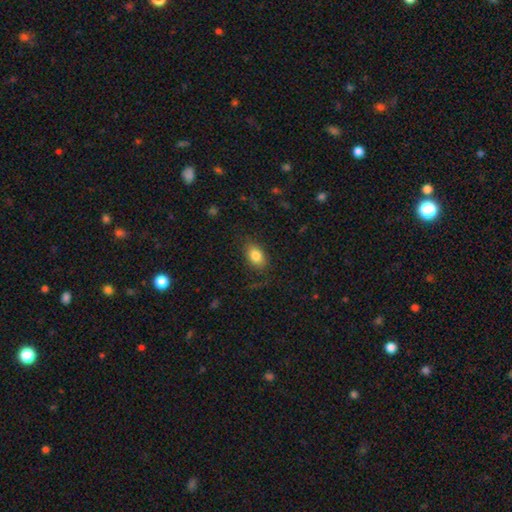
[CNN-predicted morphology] This appears to be a smooth galaxy with no disk features (83%) that is in between round and cigar-shaped (85%). Merging: none (82%).